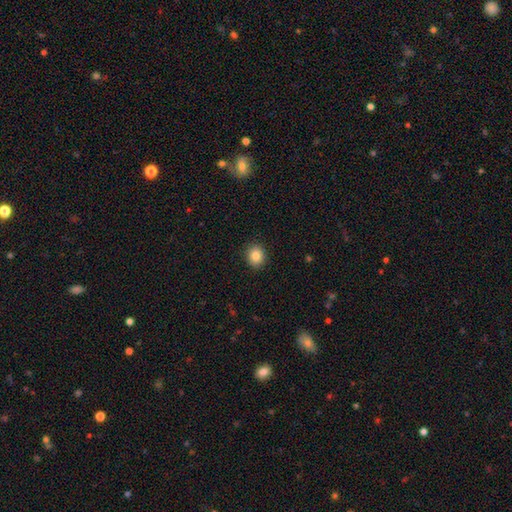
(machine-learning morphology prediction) A smooth galaxy with no disk features (83%) that is round (70%). Merging: none (91%).